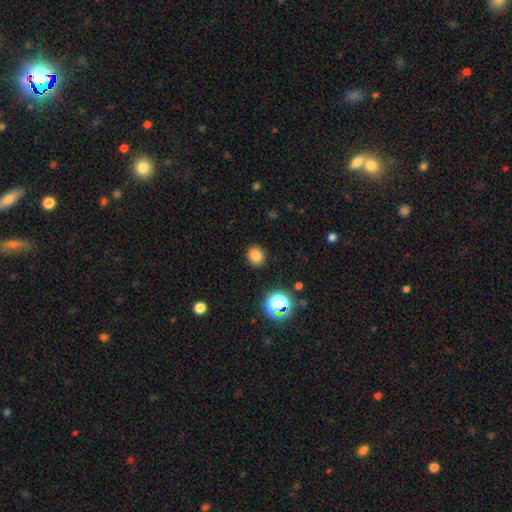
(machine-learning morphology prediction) smooth-or-featured: smooth: 79% | star or artifact: 15% | featured or disk: 6%
  how-rounded: round: 78% | in between: 21% | cigar-shaped: 1%
  merging: none: 87% | minor disturbance: 8% | major disturbance: 3% | merger: 2%